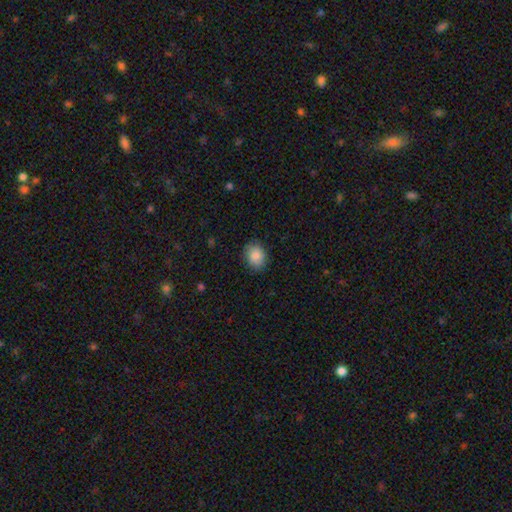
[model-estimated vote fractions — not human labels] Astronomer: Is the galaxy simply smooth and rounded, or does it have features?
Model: smooth — 88%.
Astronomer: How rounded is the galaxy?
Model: in between — 55% (runner-up: round, 44%).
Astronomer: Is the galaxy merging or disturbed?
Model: none — 84%.